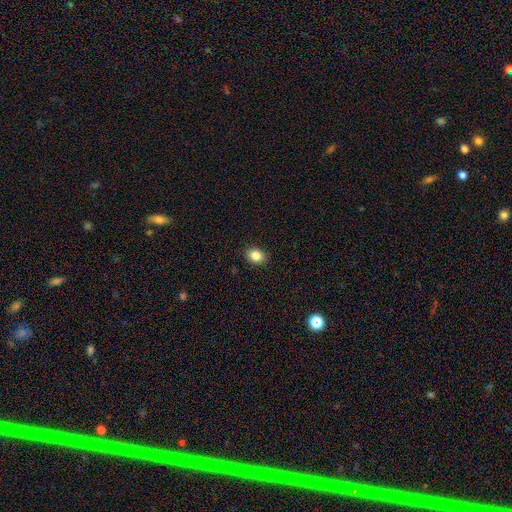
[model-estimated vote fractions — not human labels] smooth_or_featured: smooth (p=0.85) [alt: star or artifact p=0.10]
how_rounded: in between (p=0.59) [alt: round p=0.40]
merging: none (p=0.90) [alt: minor disturbance p=0.07]